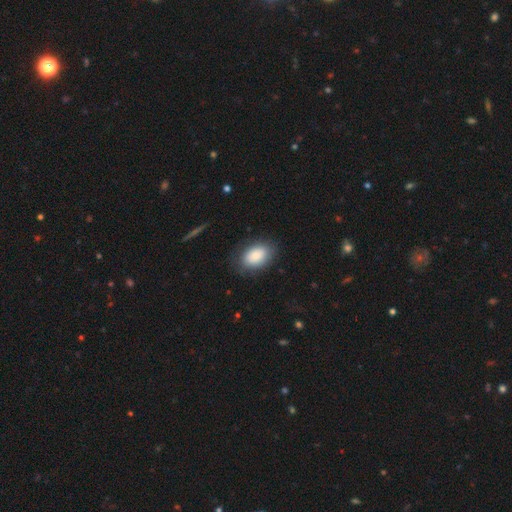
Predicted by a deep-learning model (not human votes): A smooth galaxy with no disk features (83%) that is in between round and cigar-shaped (86%). Merging: none (80%).